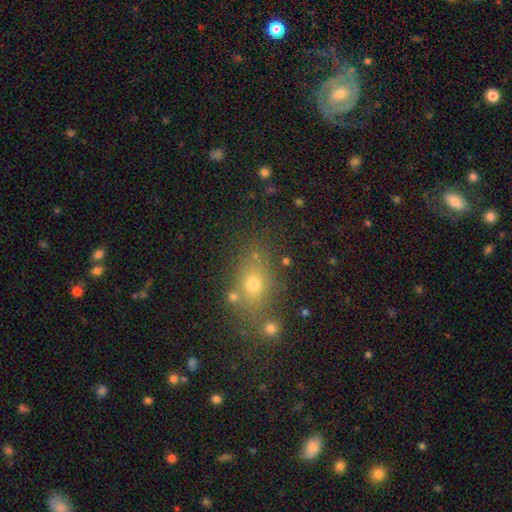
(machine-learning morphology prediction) Q: Smooth or featured?
A: smooth (65%); runner-up: star or artifact (21%)
Q: How rounded?
A: in between (57%); runner-up: round (39%)
Q: Merging?
A: none (68%); runner-up: merger (14%)